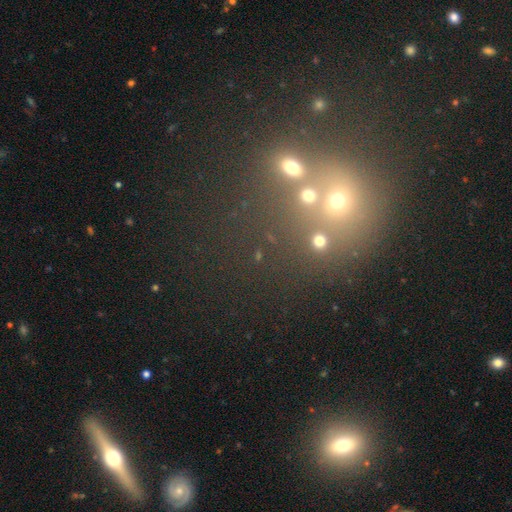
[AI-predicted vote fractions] Smooth or featured?
  - star or artifact: 47% *
  - smooth: 37%
  - featured or disk: 16%